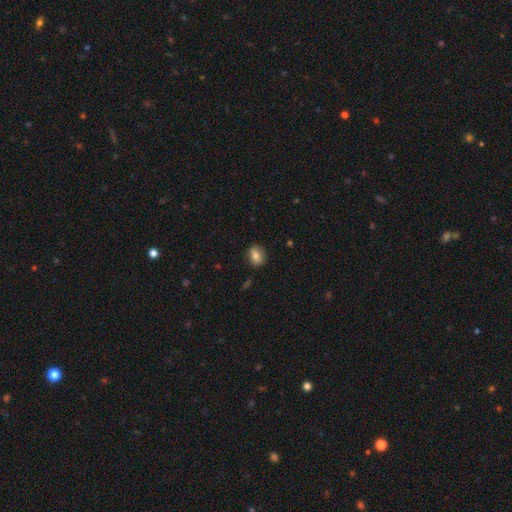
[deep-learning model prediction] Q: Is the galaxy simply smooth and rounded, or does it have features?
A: smooth — 78%.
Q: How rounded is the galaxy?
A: round — 50%.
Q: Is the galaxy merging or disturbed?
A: none — 84%.